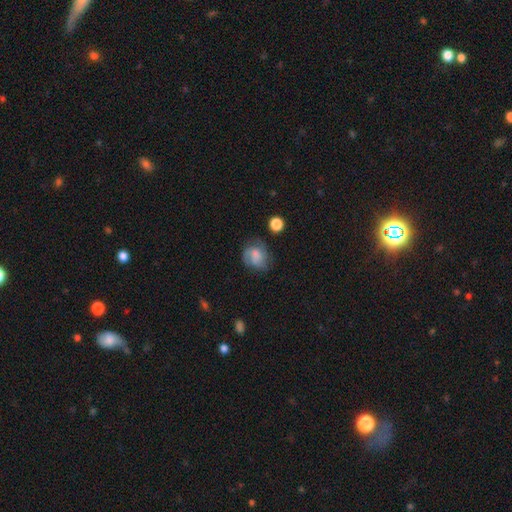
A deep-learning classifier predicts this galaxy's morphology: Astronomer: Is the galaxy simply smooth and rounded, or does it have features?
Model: smooth — 49% (runner-up: featured or disk, 42%).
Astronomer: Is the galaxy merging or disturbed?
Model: none — 60%.